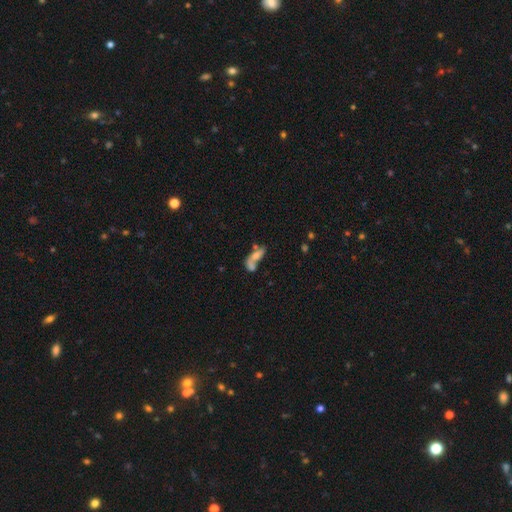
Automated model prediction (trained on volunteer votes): Smooth or featured? Predicted: smooth (p=0.56). How rounded? Predicted: in between (p=0.66). Merging? Predicted: merger (p=0.47).